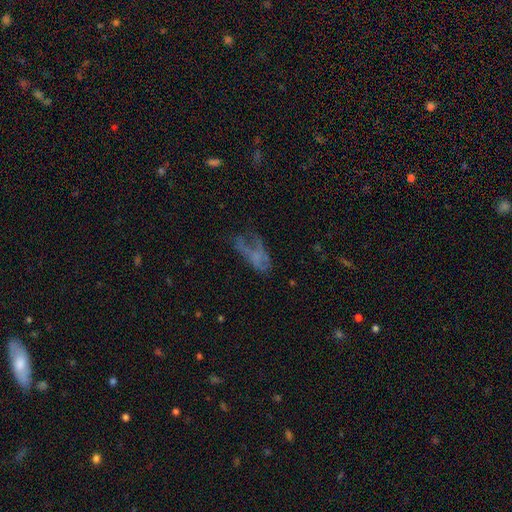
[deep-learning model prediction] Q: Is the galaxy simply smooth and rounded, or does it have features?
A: featured or disk — 45%.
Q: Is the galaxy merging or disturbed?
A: major disturbance — 45%.